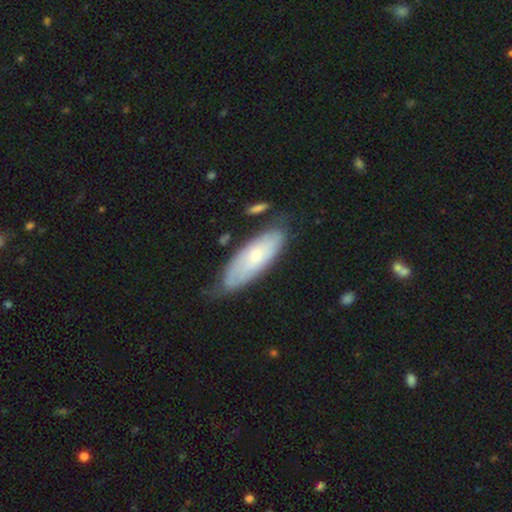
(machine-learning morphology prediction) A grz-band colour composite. It shows a smooth galaxy with no disk features (55%) that is in between round and cigar-shaped (68%). Merging: none (62%).